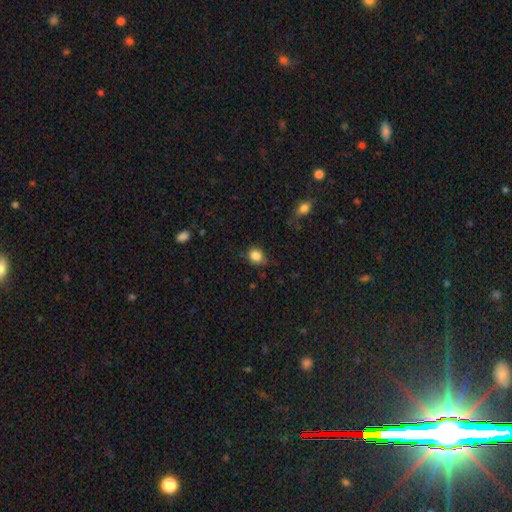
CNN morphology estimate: This appears to be a smooth galaxy with no disk features (85%) that is round (68%). Merging: none (72%).